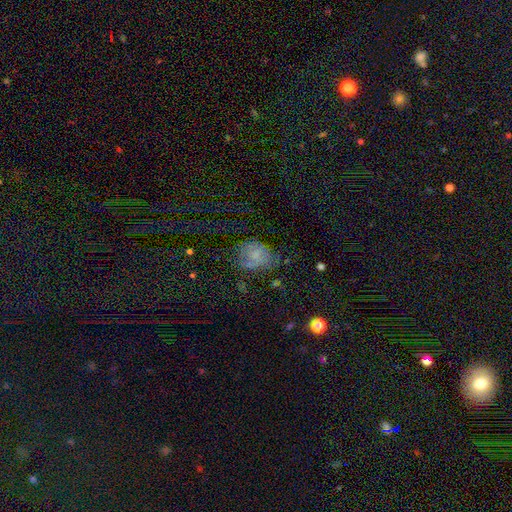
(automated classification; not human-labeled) Overall: smooth (57%; featured or disk 30%). How rounded: in between (53%; round 46%). Merging: none (42%; minor disturbance 30%).